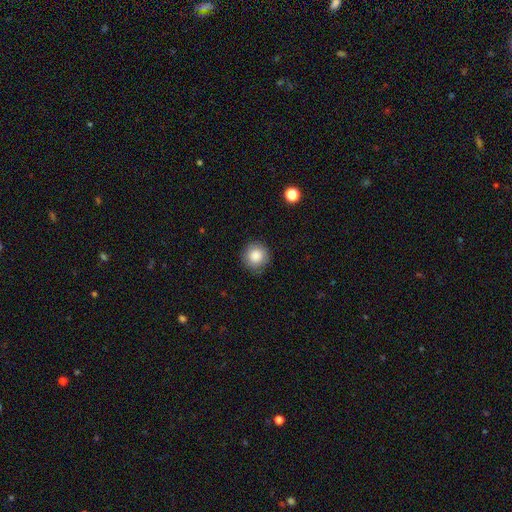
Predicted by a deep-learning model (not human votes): smooth-or-featured: smooth: 86% | star or artifact: 8% | featured or disk: 5%
  how-rounded: round: 92% | in between: 7% | cigar-shaped: 1%
  merging: none: 83% | minor disturbance: 13% | major disturbance: 3% | merger: 1%